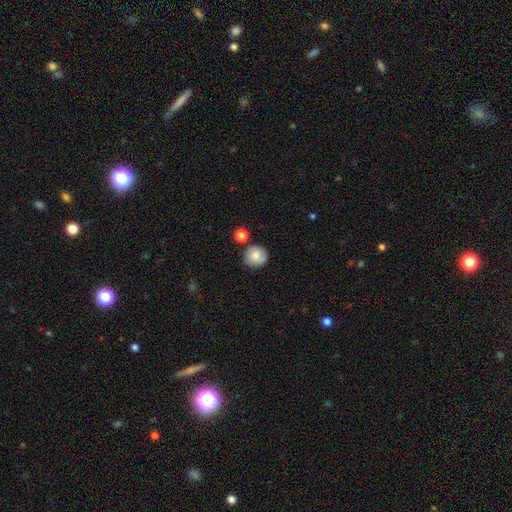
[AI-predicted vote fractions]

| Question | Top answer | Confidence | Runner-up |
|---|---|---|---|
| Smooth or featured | smooth | 74% | featured or disk (18%) |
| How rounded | round | 91% | in between (8%) |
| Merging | none | 77% | minor disturbance (13%) |